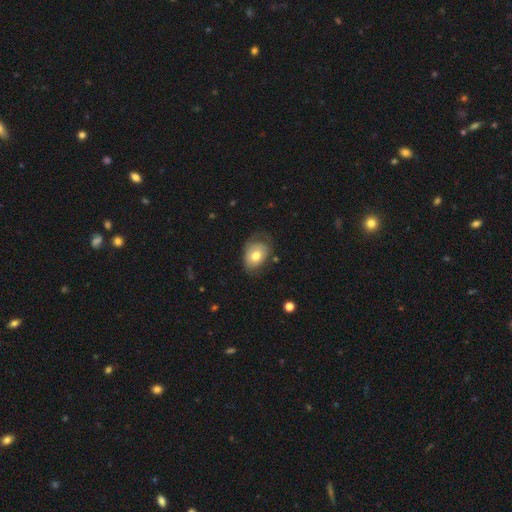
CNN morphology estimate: A smooth galaxy with no disk features (69%) that is in between round and cigar-shaped (71%).

Vote fractions:
- Smooth or featured? smooth: 69% / featured or disk: 23% / star or artifact: 7%
- How rounded? in between: 71% / round: 28% / cigar-shaped: 1%
- Merging? none: 52% / minor disturbance: 31% / major disturbance: 15% / merger: 2%